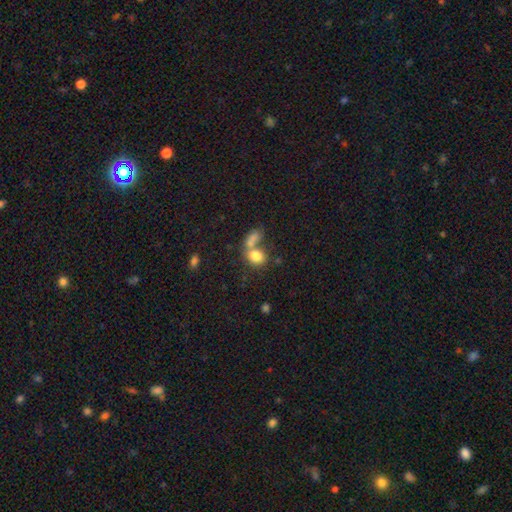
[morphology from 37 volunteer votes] This appears to be a smooth galaxy with no disk features (95%) that is in between round and cigar-shaped (57%). Merging: merger (75%).